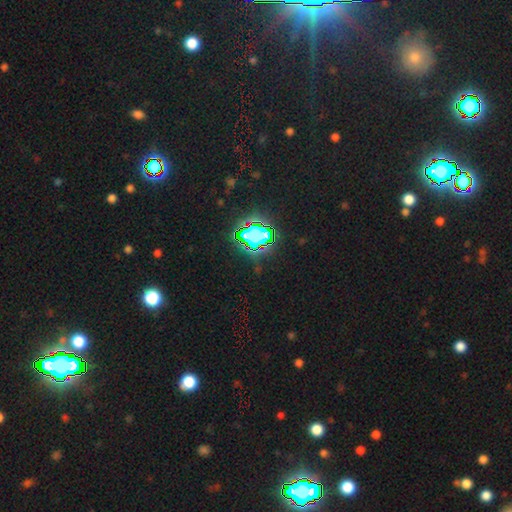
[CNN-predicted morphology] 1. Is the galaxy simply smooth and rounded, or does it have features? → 80% star or artifact, 13% smooth, 7% featured or disk.